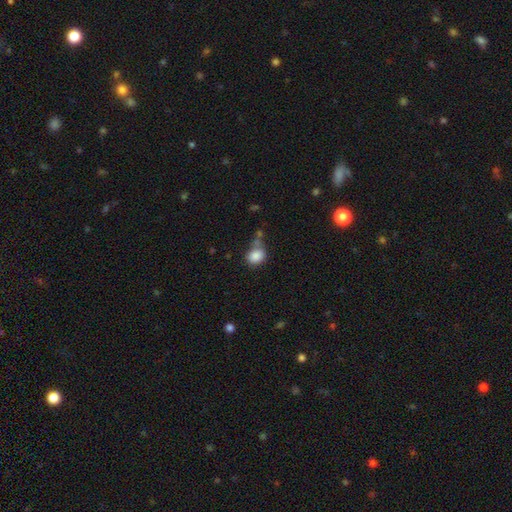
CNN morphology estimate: Smooth or featured? smooth (85%)
How rounded? round (54%)
Merging? none (50%)